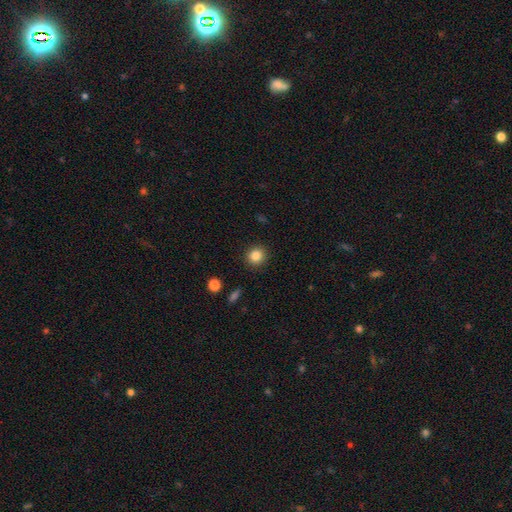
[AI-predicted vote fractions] Overall: smooth (84%). How rounded: round (89%). Merging: none (90%).